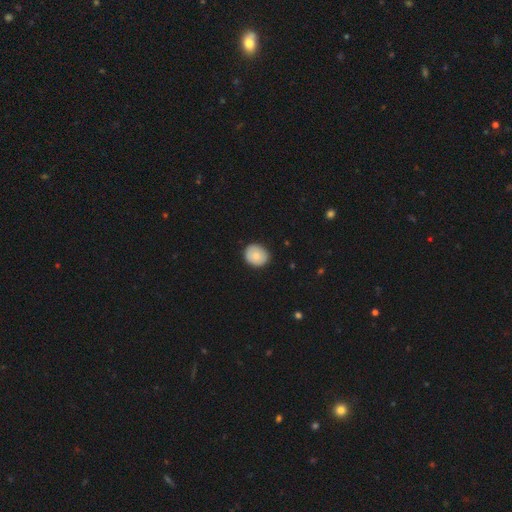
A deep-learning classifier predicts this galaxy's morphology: smooth_or_featured: smooth (p=0.80) [alt: featured or disk p=0.13]
how_rounded: round (p=0.74) [alt: in between p=0.25]
merging: none (p=0.87) [alt: minor disturbance p=0.11]